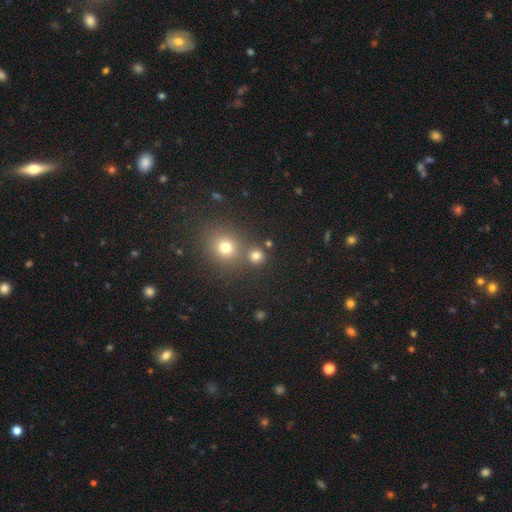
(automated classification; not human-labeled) Smooth or featured: smooth — 76% (star or artifact — 18%)
How rounded: round — 88% (in between — 11%)
Merging: none — 74% (merger — 17%)